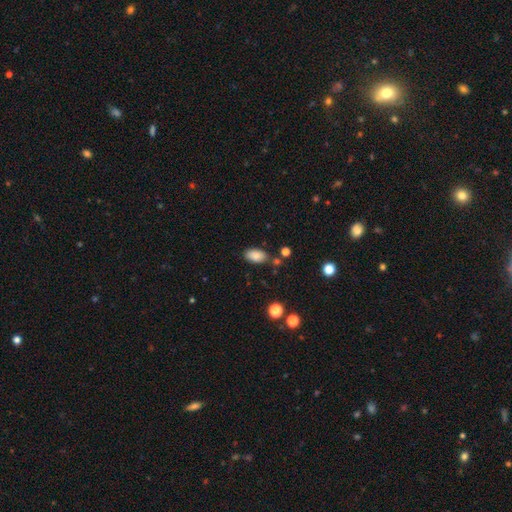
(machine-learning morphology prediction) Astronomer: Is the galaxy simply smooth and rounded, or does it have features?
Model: smooth — 86%.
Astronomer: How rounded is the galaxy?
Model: in between — 93%.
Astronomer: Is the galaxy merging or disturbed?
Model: none — 77%.